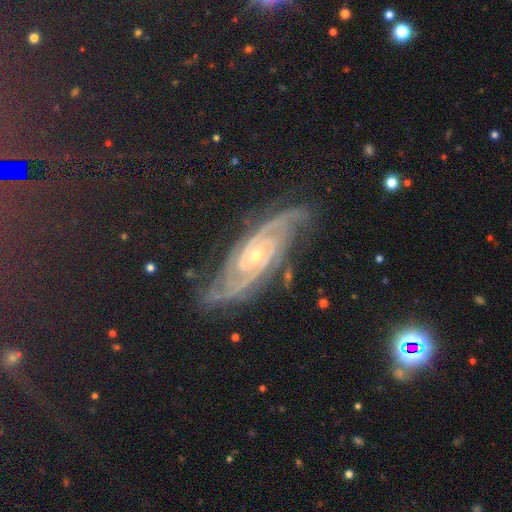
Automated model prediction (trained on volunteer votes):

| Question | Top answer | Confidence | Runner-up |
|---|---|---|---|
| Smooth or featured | featured or disk | 80% | star or artifact (14%) |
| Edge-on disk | no | 94% | yes (6%) |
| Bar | no | 70% | weak (21%) |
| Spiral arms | yes | 98% | no (2%) |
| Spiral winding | tight | 63% | medium (30%) |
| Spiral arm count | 2 | 52% | 3 (14%) |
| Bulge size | small | 74% | moderate (23%) |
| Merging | none | 79% | minor disturbance (15%) |